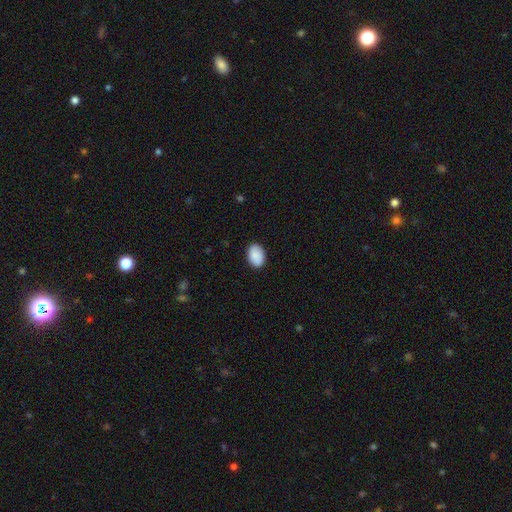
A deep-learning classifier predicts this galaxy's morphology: Overall: smooth (89%). How rounded: in between (85%). Merging: none (87%).